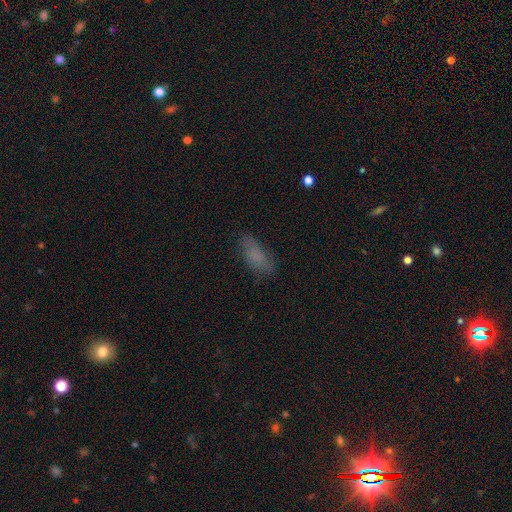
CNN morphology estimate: Smooth or featured? Predicted: smooth (p=0.74). How rounded? Predicted: in between (p=0.73). Merging? Predicted: none (p=0.67).